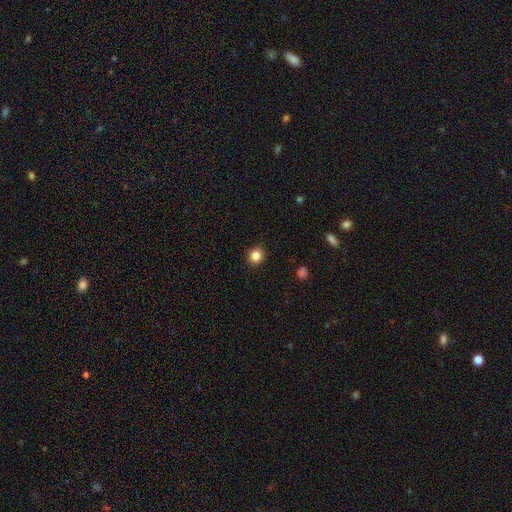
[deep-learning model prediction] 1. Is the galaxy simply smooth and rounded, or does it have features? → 85% smooth, 11% star or artifact, 4% featured or disk.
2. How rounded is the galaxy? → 83% round, 16% in between, 1% cigar-shaped.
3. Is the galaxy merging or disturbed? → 90% none, 7% minor disturbance, 2% major disturbance, 1% merger.